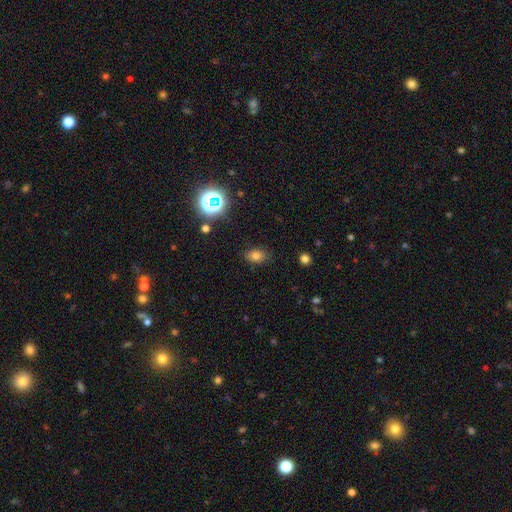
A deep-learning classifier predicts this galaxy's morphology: This appears to be a smooth galaxy with no disk features (75%) that is in between round and cigar-shaped (74%). Merging: none (84%).